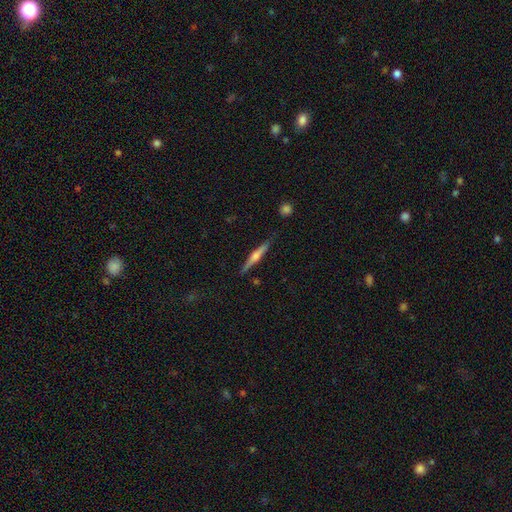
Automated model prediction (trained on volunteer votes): Q: Smooth or featured?
A: featured or disk (67%); runner-up: smooth (27%)
Q: Edge-on disk?
A: yes (98%); runner-up: no (2%)
Q: Edge-on bulge?
A: rounded (84%); runner-up: boxy (9%)
Q: Merging?
A: none (89%); runner-up: minor disturbance (8%)